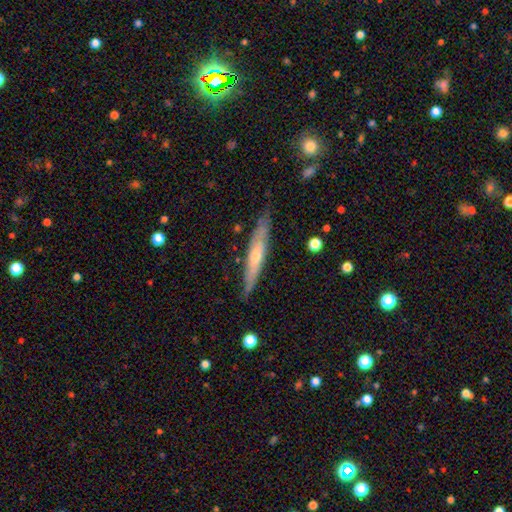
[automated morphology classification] smooth_or_featured: featured or disk (p=0.59) [alt: smooth p=0.35]
disk_edge_on: yes (p=0.85) [alt: no p=0.15]
edge_on_bulge: rounded (p=0.68) [alt: none p=0.28]
merging: none (p=0.82) [alt: minor disturbance p=0.14]